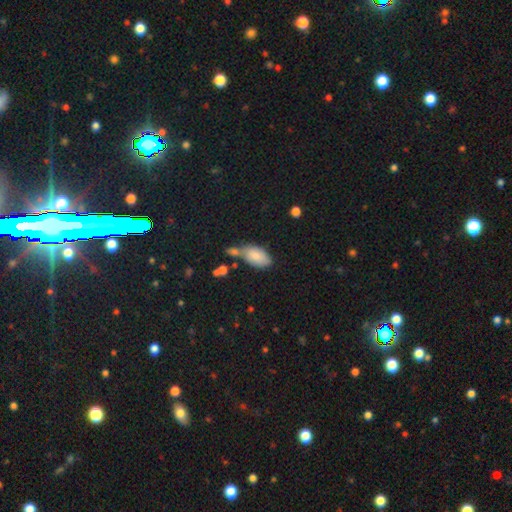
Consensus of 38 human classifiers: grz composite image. It shows a smooth galaxy with no disk features (92%) that is in between round and cigar-shaped (94%). Merging: none (62%).